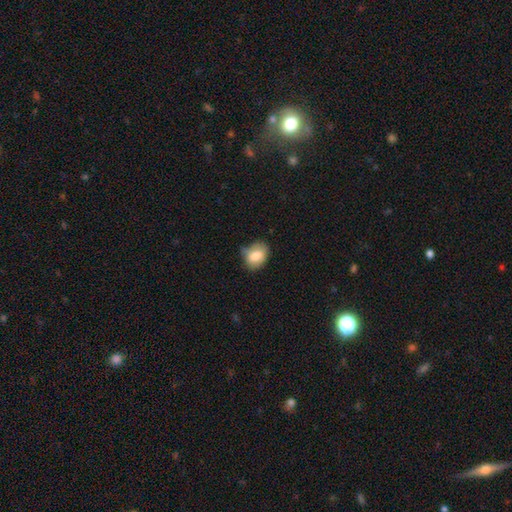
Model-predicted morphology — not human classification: smooth_or_featured: smooth (p=0.77) [alt: featured or disk p=0.15]
how_rounded: in between (p=0.64) [alt: round p=0.35]
merging: none (p=0.56) [alt: minor disturbance p=0.33]